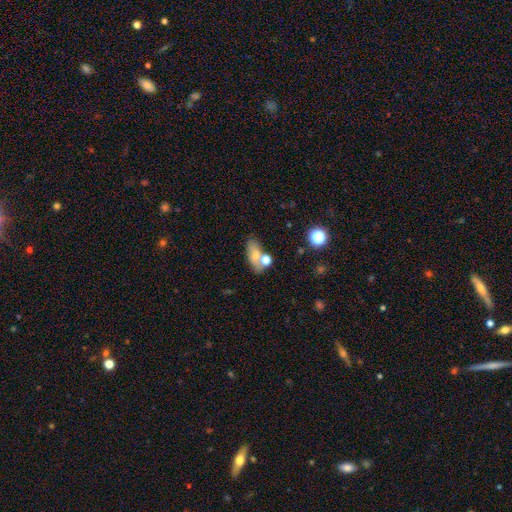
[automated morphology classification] type=smooth (69%); roundness=in between (80%); merging=none (56%).